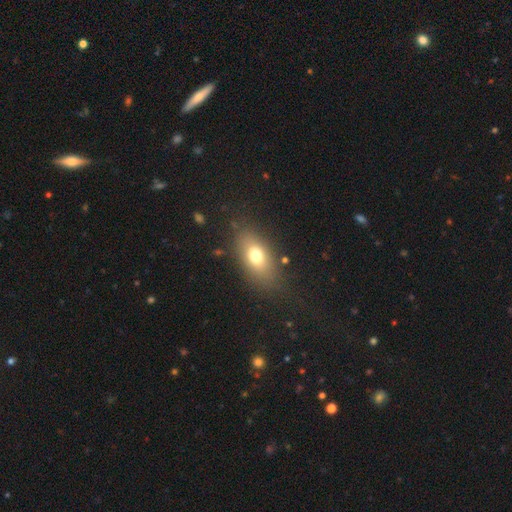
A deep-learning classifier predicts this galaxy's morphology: smooth_or_featured: smooth (p=0.72) [alt: featured or disk p=0.17]
how_rounded: in between (p=0.84) [alt: round p=0.11]
merging: none (p=0.80) [alt: minor disturbance p=0.12]